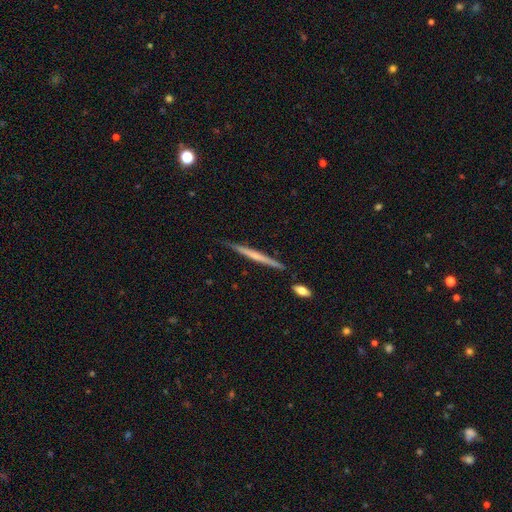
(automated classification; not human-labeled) smooth-or-featured: featured or disk: 55% | smooth: 39% | star or artifact: 6%
  disk-edge-on: yes: 98% | no: 2%
    edge-on-bulge: none: 76% | rounded: 17% | boxy: 7%
  merging: none: 86% | minor disturbance: 10% | merger: 2% | major disturbance: 2%